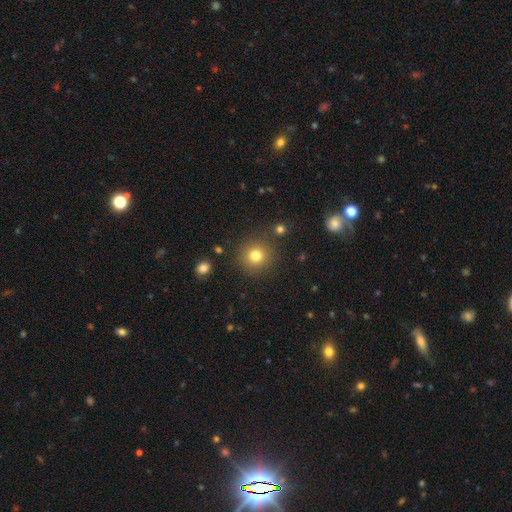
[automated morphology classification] Smooth or featured: smooth — 79% (star or artifact — 13%)
How rounded: round — 93% (in between — 6%)
Merging: none — 87% (minor disturbance — 7%)